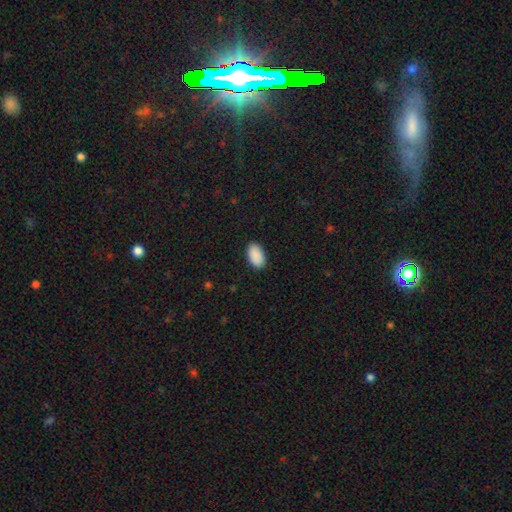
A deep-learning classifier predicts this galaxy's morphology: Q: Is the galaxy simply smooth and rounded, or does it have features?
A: smooth — 91%.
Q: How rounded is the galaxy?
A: in between — 95%.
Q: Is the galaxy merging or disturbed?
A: none — 89%.